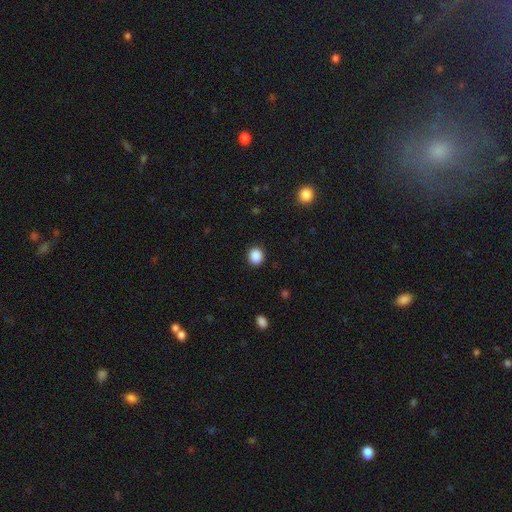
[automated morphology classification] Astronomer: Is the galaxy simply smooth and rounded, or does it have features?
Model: smooth — 88%.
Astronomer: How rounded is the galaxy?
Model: round — 74%.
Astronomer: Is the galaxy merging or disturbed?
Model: none — 90%.